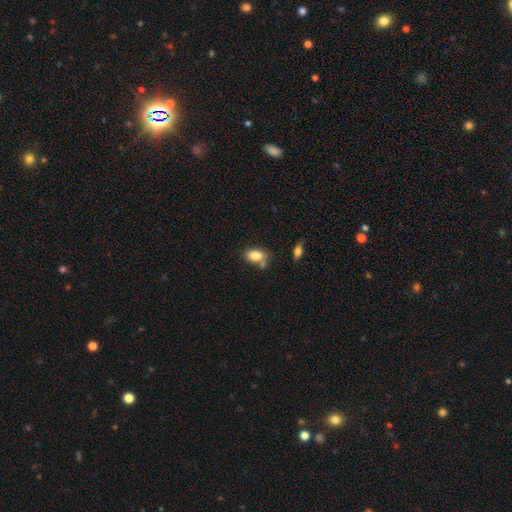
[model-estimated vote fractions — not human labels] Q: Smooth or featured?
A: smooth (82%); runner-up: featured or disk (10%)
Q: How rounded?
A: in between (88%); runner-up: round (9%)
Q: Merging?
A: none (61%); runner-up: merger (18%)